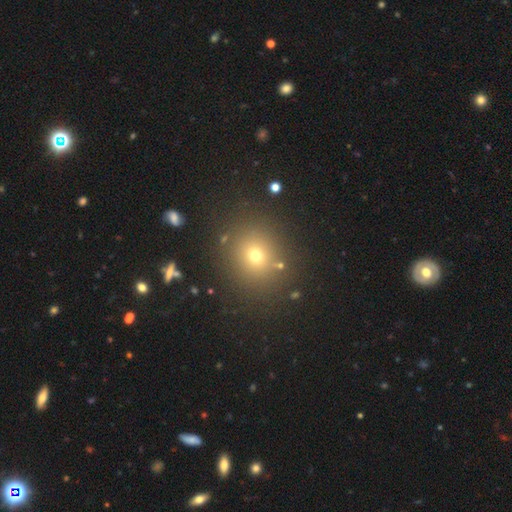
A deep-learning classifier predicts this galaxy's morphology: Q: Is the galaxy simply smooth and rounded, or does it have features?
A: smooth — 68%.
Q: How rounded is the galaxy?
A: round — 82%.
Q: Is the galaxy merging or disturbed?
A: none — 85%.